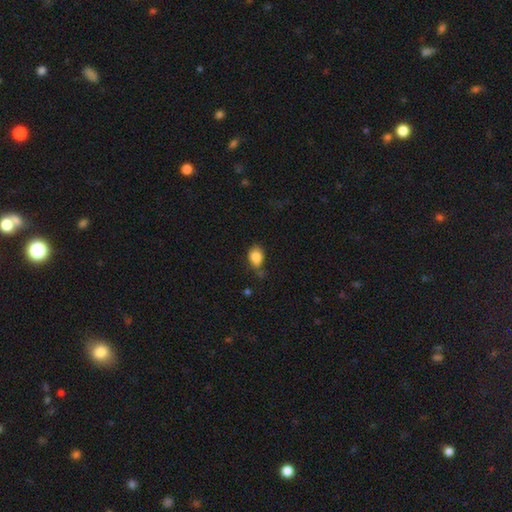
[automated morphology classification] smooth 84%, star or artifact 9%, featured or disk 7%. Down the decision tree: how rounded — in between (66%); merging — none (56%).